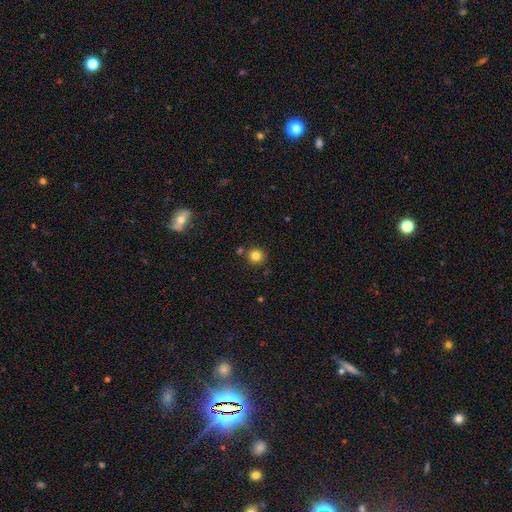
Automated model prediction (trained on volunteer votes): A smooth galaxy with no disk features (81%) that is round (93%). Merging: none (82%).